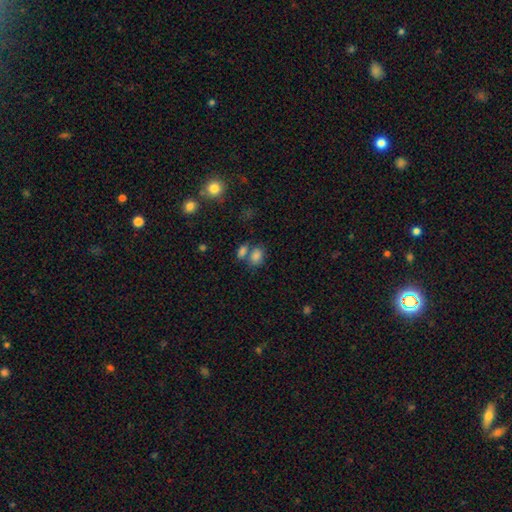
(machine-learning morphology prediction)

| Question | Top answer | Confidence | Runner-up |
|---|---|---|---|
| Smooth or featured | smooth | 80% | star or artifact (12%) |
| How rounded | in between | 76% | round (23%) |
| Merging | none | 45% | merger (38%) |